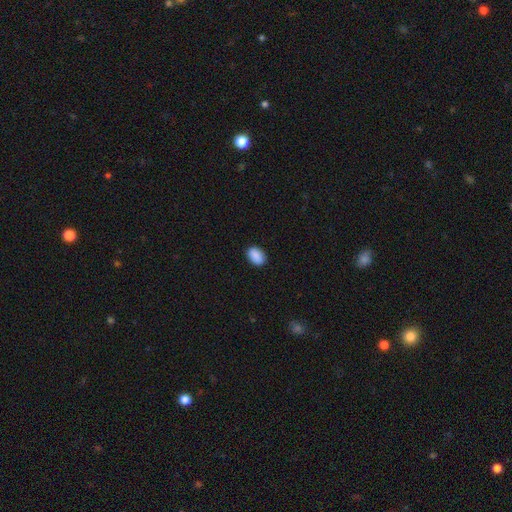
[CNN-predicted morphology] Overall: smooth (90%). How rounded: in between (87%). Merging: none (88%).